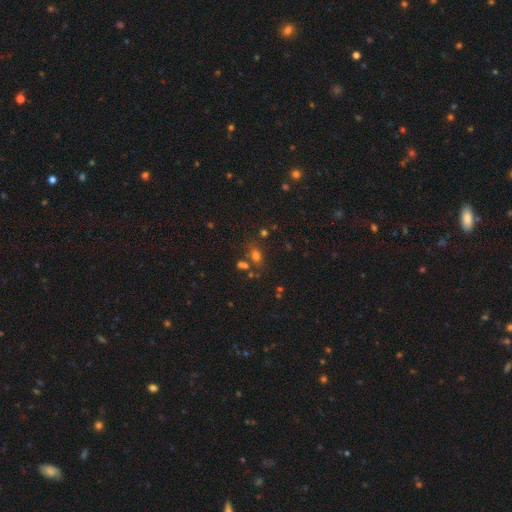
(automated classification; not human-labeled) smooth 69%, star or artifact 21%, featured or disk 11%. Down the decision tree: how rounded — in between (70%); merging — none (66%).